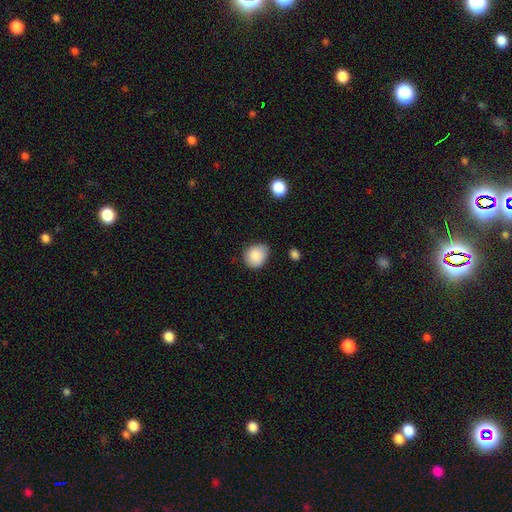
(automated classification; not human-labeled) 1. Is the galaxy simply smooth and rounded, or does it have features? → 86% smooth, 8% star or artifact, 6% featured or disk.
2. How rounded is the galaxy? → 66% round, 33% in between, 1% cigar-shaped.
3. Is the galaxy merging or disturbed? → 68% none, 26% minor disturbance, 4% major disturbance, 2% merger.